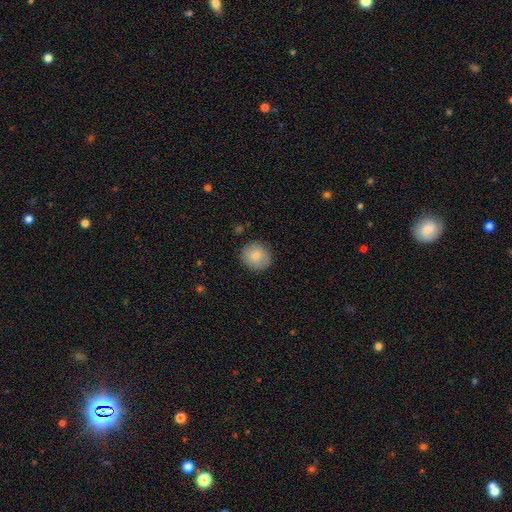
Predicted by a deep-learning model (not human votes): This appears to be a smooth galaxy with no disk features (80%) that is round (90%). Merging: none (87%).